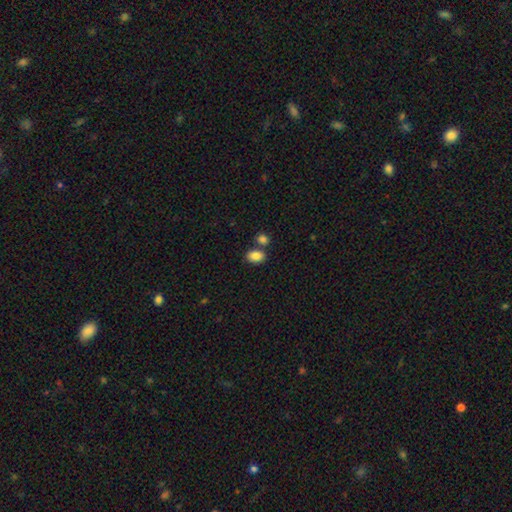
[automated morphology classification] Smooth or featured? smooth (86%)
How rounded? in between (83%)
Merging? none (67%)